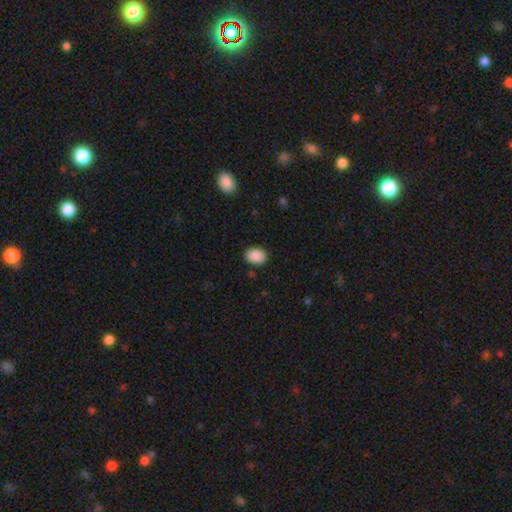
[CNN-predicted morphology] This appears to be a smooth galaxy with no disk features (90%) that is in between round and cigar-shaped (68%). Merging: none (87%).